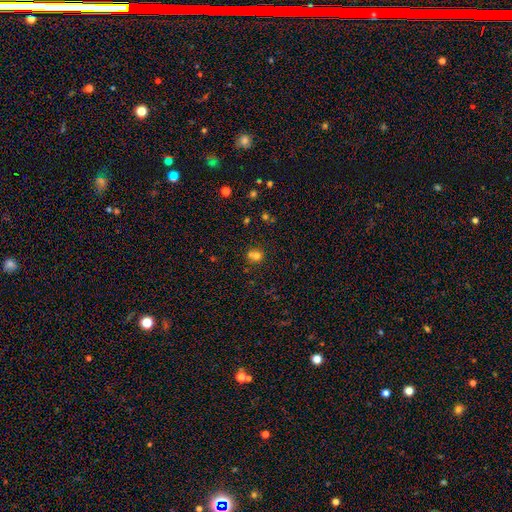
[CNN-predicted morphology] smooth_or_featured: smooth (p=0.69) [alt: star or artifact p=0.18]
how_rounded: round (p=0.80) [alt: in between p=0.19]
merging: merger (p=0.46) [alt: none p=0.42]